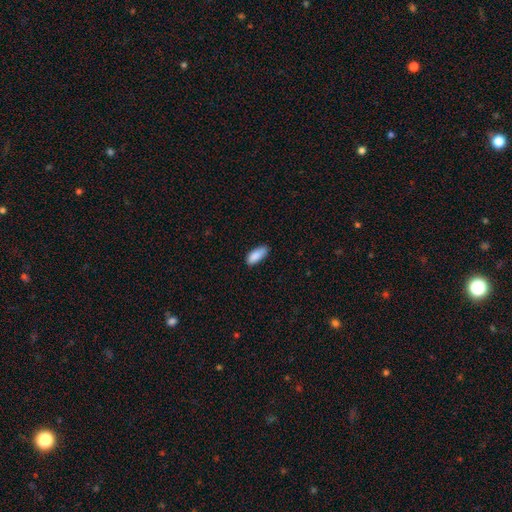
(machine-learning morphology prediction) A smooth galaxy with no disk features (89%) that is in between round and cigar-shaped (79%).

Vote fractions:
- Smooth or featured? smooth: 89% / star or artifact: 6% / featured or disk: 4%
- How rounded? in between: 79% / cigar-shaped: 19% / round: 2%
- Merging? none: 78% / minor disturbance: 18% / major disturbance: 3% / merger: 1%